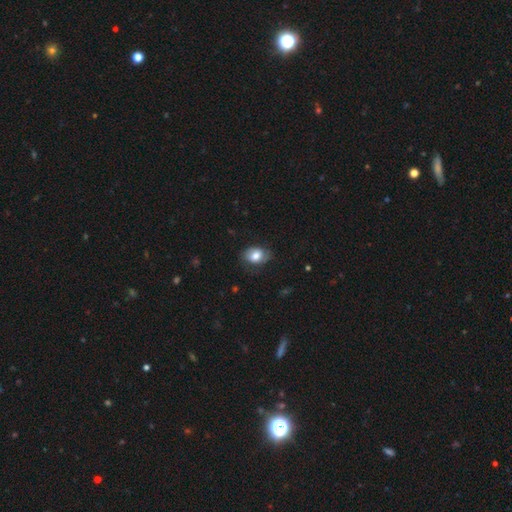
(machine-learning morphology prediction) This is likely a smooth galaxy (70%). How rounded: likely in between (75%). Merging: likely none (69%).